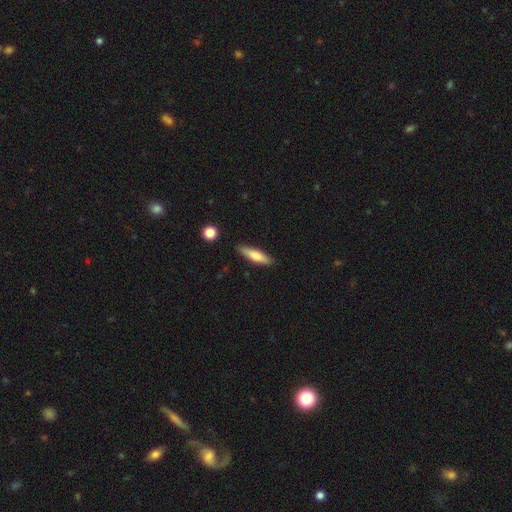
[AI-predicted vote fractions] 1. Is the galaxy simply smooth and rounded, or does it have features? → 71% smooth, 23% featured or disk, 6% star or artifact.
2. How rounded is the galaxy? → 70% cigar-shaped, 28% in between, 2% round.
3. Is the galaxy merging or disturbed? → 86% none, 10% minor disturbance, 2% major disturbance, 2% merger.